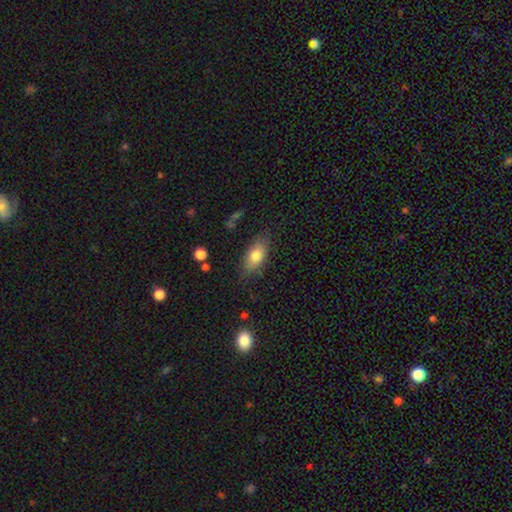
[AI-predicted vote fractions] smooth-or-featured: smooth: 76% | featured or disk: 17% | star or artifact: 7%
  how-rounded: in between: 85% | cigar-shaped: 9% | round: 6%
  merging: none: 77% | minor disturbance: 17% | major disturbance: 4% | merger: 2%